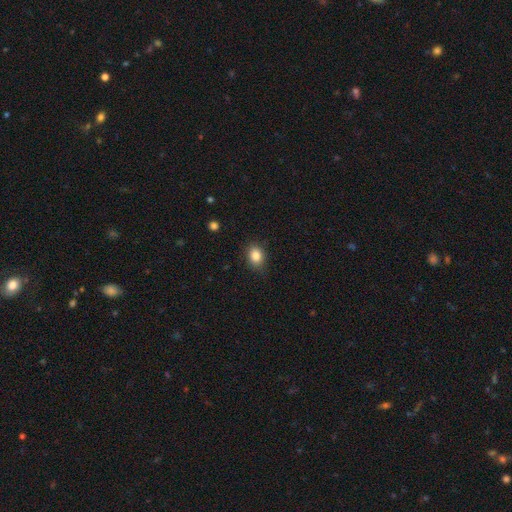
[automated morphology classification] This is clearly a smooth galaxy (84%). How rounded: possibly in between (56%). Merging: clearly none (82%).